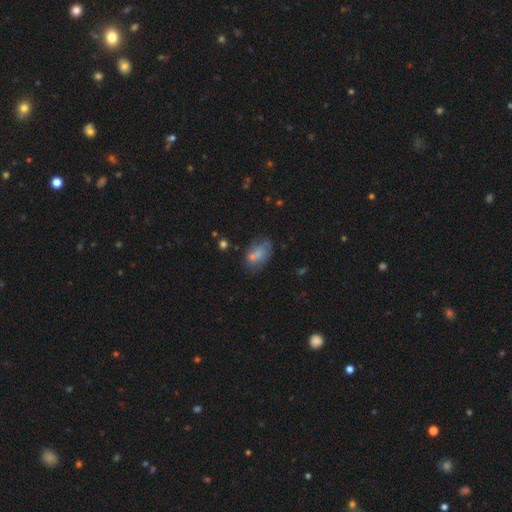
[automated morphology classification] Smooth or featured? Predicted: smooth (p=0.62). How rounded? Predicted: in between (p=0.85). Merging? Predicted: none (p=0.50).